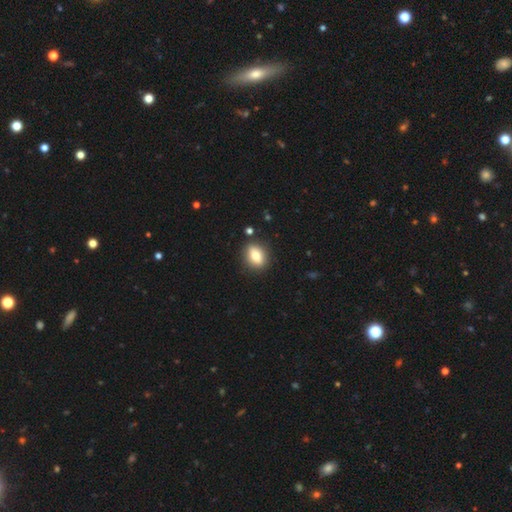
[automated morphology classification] Smooth or featured? Predicted: smooth (p=0.78). How rounded? Predicted: in between (p=0.65). Merging? Predicted: none (p=0.86).